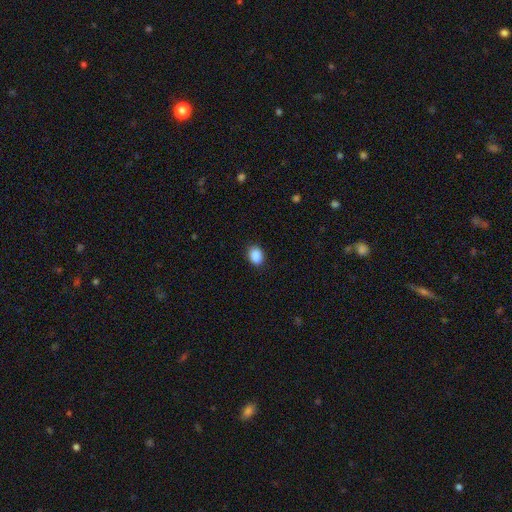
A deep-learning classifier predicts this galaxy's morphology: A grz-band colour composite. It shows a smooth galaxy with no disk features (89%) that is in between round and cigar-shaped (63%). Merging: none (88%).